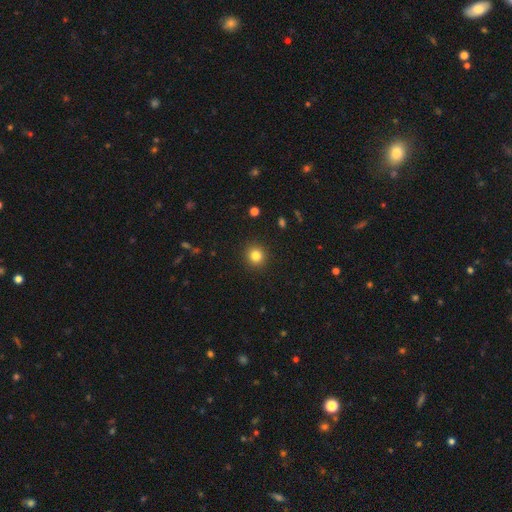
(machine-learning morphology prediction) smooth_or_featured: smooth (p=0.82) [alt: star or artifact p=0.12]
how_rounded: round (p=0.92) [alt: in between p=0.07]
merging: none (p=0.92) [alt: minor disturbance p=0.05]